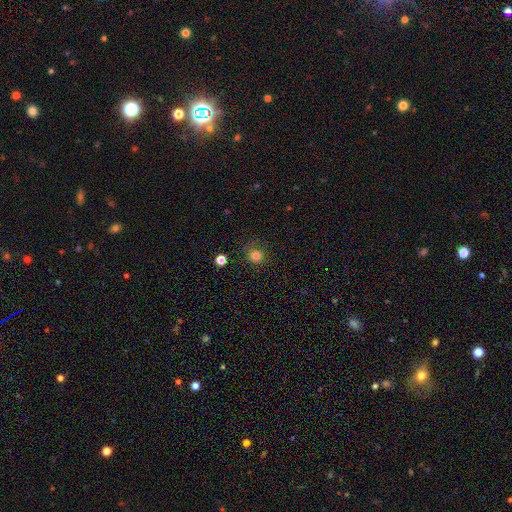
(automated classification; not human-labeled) Overall: smooth (78%). How rounded: round (90%). Merging: none (78%).